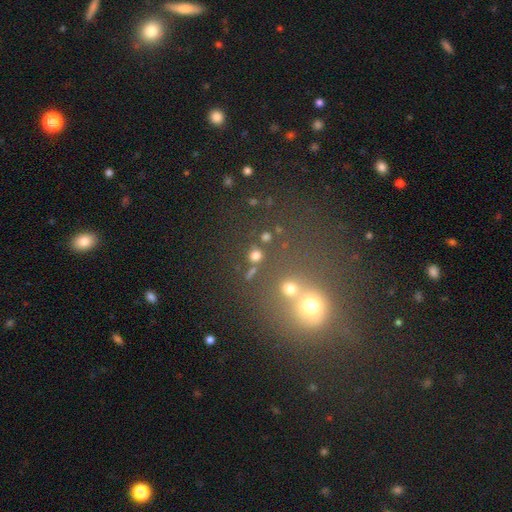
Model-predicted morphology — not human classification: A smooth galaxy with no disk features (71%) that is round (86%). Merging: none (73%).